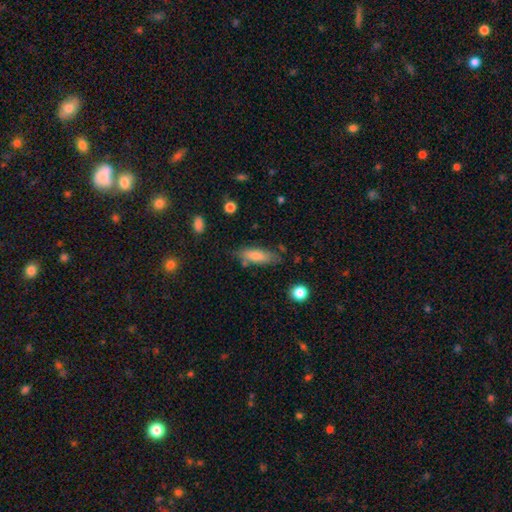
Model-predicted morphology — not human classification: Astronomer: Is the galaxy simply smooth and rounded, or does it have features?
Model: smooth — 73%.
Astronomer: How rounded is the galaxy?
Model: in between — 54% (runner-up: cigar-shaped, 44%).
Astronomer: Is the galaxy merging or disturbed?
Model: none — 73%.